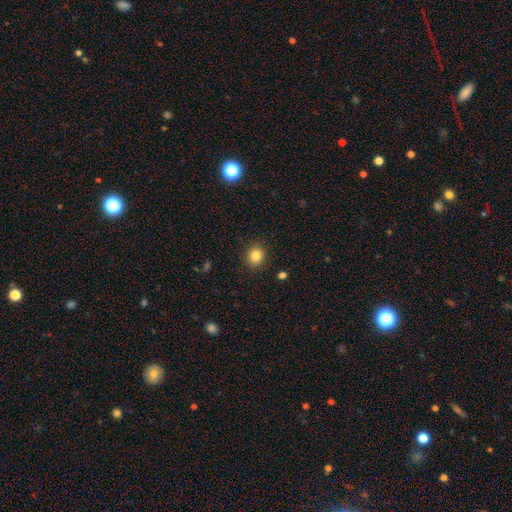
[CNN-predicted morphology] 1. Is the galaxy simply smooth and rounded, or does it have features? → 84% smooth, 11% star or artifact, 5% featured or disk.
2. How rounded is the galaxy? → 77% round, 22% in between, 1% cigar-shaped.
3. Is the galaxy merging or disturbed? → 90% none, 7% minor disturbance, 2% major disturbance, 1% merger.